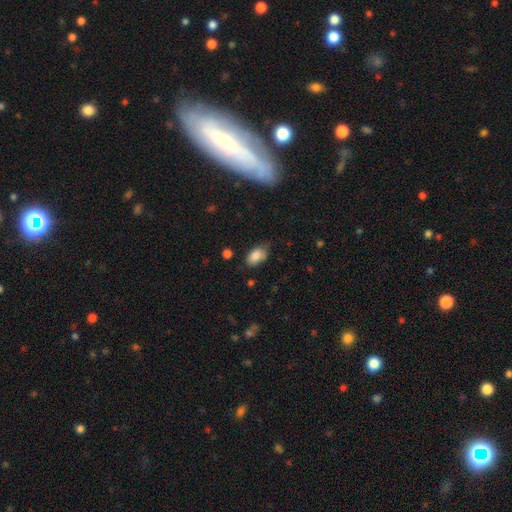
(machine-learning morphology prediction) Smooth or featured? smooth (83%)
How rounded? in between (91%)
Merging? none (61%)